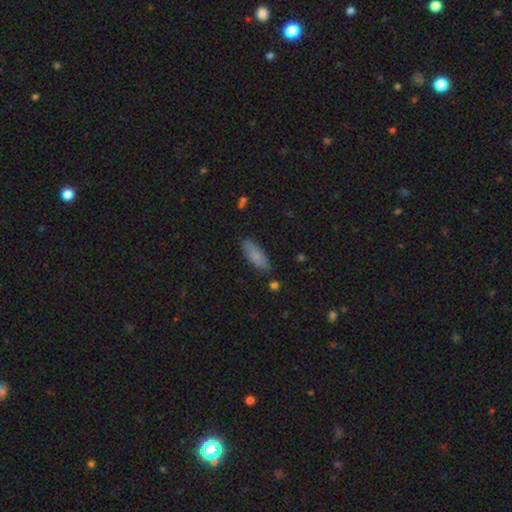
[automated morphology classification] The model was most divided on "how rounded": in between: 66%, cigar-shaped: 32%, round: 2%. More confident: merging — none (83%); smooth or featured — smooth (83%).